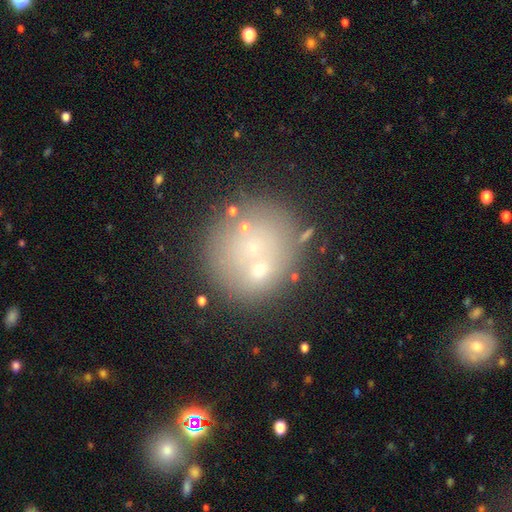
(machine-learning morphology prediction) A smooth galaxy with no disk features (47%).

Vote fractions:
- Smooth or featured? smooth: 47% / featured or disk: 29% / star or artifact: 24%
- Merging? none: 62% / merger: 21% / minor disturbance: 11% / major disturbance: 6%